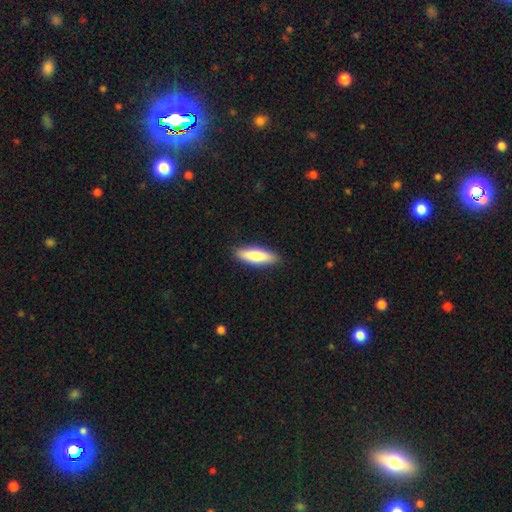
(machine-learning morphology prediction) smooth_or_featured: smooth (p=0.78) [alt: featured or disk p=0.17]
how_rounded: cigar-shaped (p=0.56) [alt: in between p=0.42]
merging: none (p=0.89) [alt: minor disturbance p=0.09]